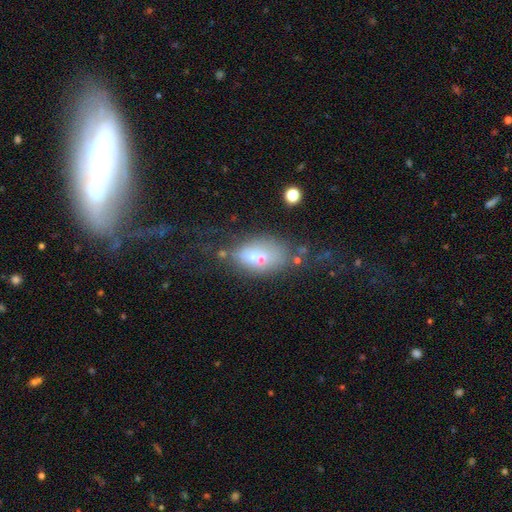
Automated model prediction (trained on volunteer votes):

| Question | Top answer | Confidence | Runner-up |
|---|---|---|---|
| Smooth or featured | smooth | 59% | featured or disk (29%) |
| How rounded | in between | 87% | round (8%) |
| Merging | none | 39% | merger (22%) |